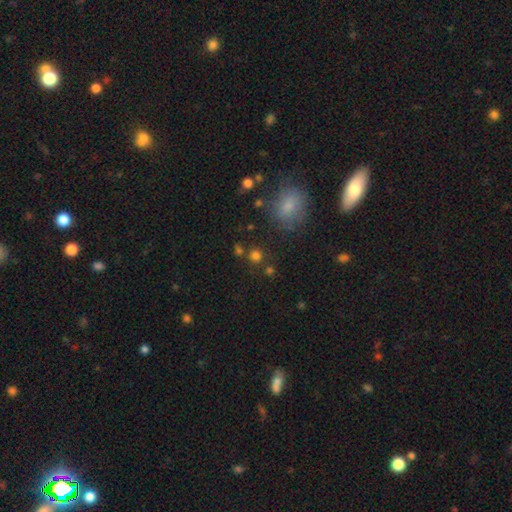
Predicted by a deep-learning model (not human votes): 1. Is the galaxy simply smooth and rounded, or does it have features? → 75% smooth, 19% star or artifact, 6% featured or disk.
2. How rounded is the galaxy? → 91% round, 8% in between, 1% cigar-shaped.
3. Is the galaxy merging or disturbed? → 78% none, 11% merger, 8% minor disturbance, 3% major disturbance.